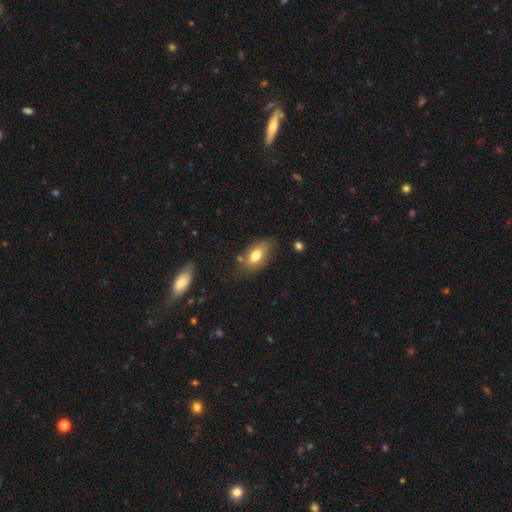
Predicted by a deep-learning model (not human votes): Smooth or featured: smooth — 73% (featured or disk — 19%)
How rounded: in between — 87% (cigar-shaped — 7%)
Merging: none — 71% (minor disturbance — 19%)